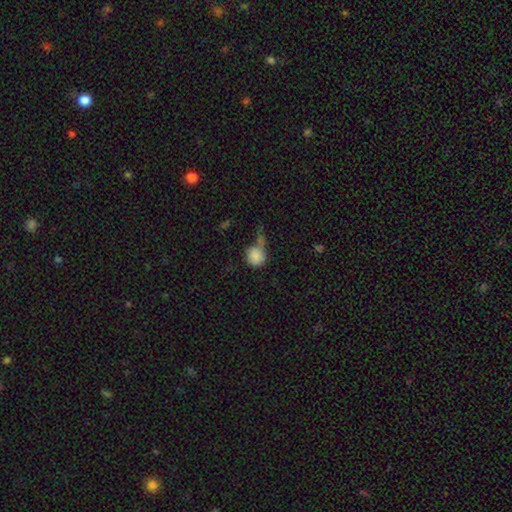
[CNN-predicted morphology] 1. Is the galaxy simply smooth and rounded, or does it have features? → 84% smooth, 8% star or artifact, 8% featured or disk.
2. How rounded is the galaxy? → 82% round, 17% in between, 1% cigar-shaped.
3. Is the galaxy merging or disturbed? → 39% none, 28% merger, 21% minor disturbance, 12% major disturbance.